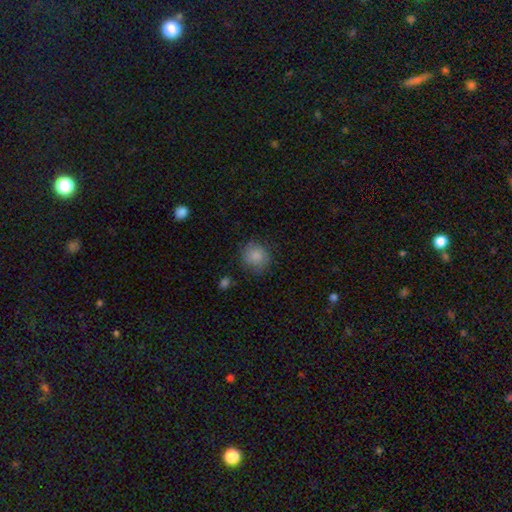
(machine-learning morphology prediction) smooth-or-featured: smooth: 84% | featured or disk: 8% | star or artifact: 8%
  how-rounded: round: 87% | in between: 12% | cigar-shaped: 1%
  merging: none: 77% | minor disturbance: 16% | major disturbance: 5% | merger: 2%